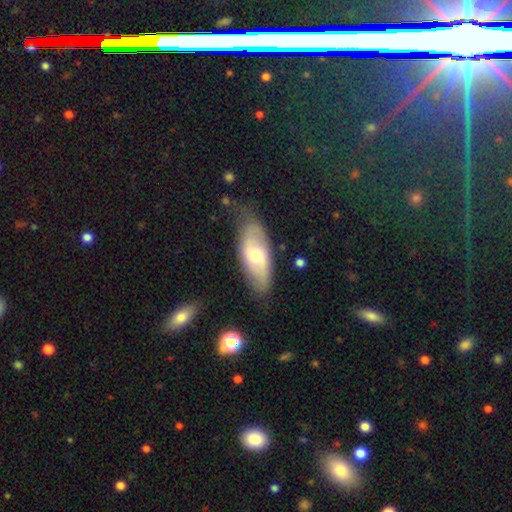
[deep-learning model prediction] Morphology: type=featured or disk (47%, tied with smooth); merging=none (69%).